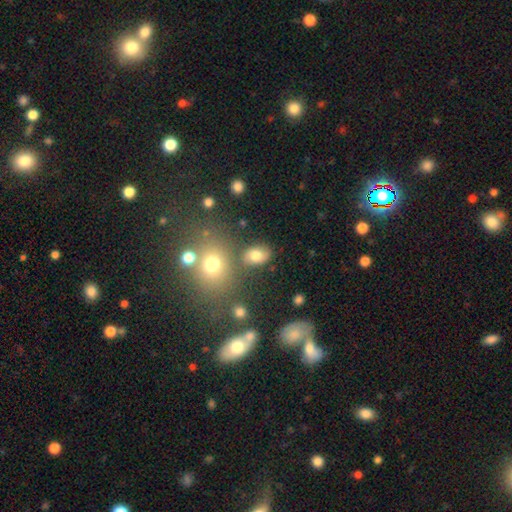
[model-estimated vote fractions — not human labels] Q: Smooth or featured?
A: smooth (76%); runner-up: star or artifact (12%)
Q: How rounded?
A: in between (72%); runner-up: round (26%)
Q: Merging?
A: none (74%); runner-up: minor disturbance (12%)